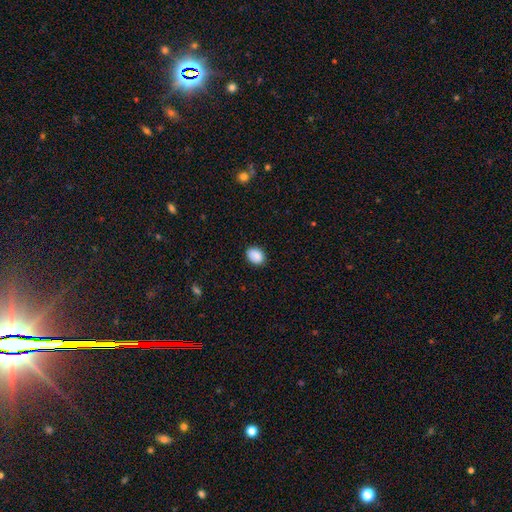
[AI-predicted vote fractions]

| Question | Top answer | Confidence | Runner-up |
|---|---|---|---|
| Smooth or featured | smooth | 89% | star or artifact (8%) |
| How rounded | in between | 65% | round (34%) |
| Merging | none | 86% | minor disturbance (10%) |